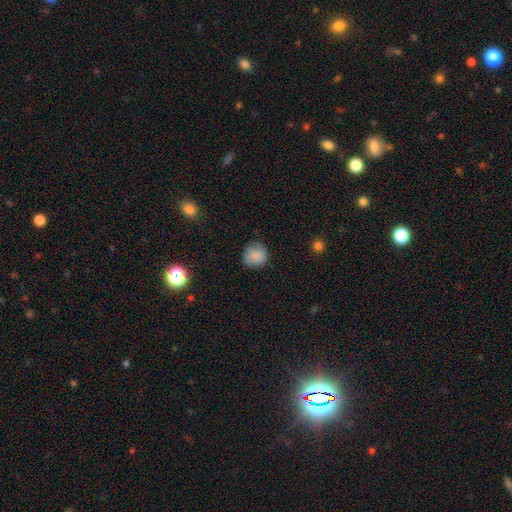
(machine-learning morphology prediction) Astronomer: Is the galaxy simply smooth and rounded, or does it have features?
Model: smooth — 85%.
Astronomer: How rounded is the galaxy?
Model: round — 90%.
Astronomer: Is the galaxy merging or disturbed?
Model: none — 81%.